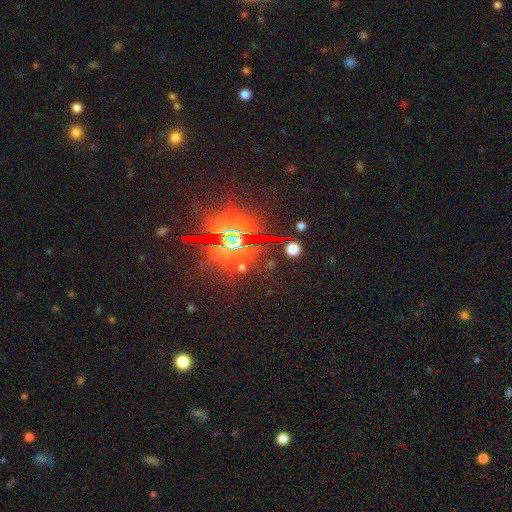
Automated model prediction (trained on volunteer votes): This is likely a star or artifact rather than a galaxy (79%).